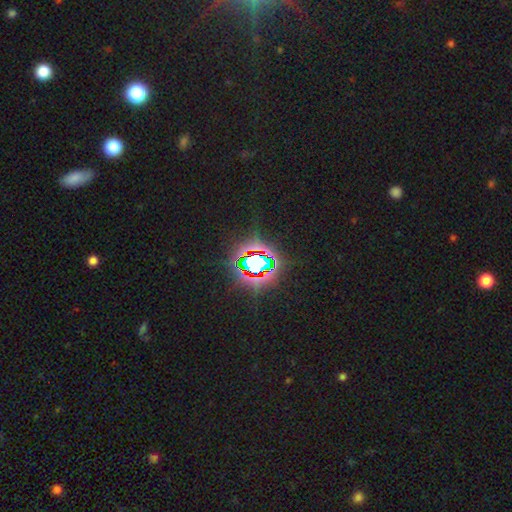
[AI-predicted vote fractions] Smooth or featured: star or artifact — 83% (smooth — 10%)